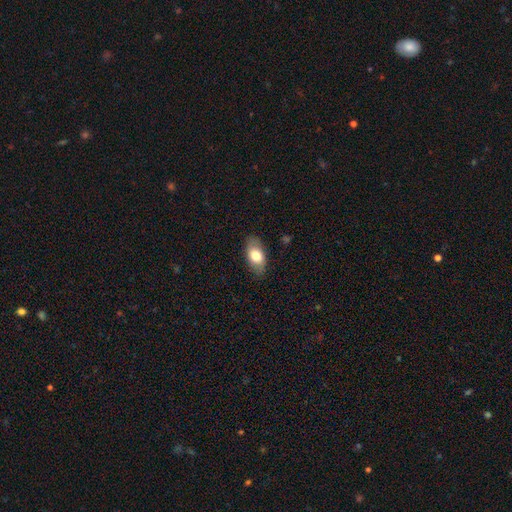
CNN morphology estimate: smooth 73%, featured or disk 20%, star or artifact 6%. Down the decision tree: how rounded — in between (92%); merging — none (83%).